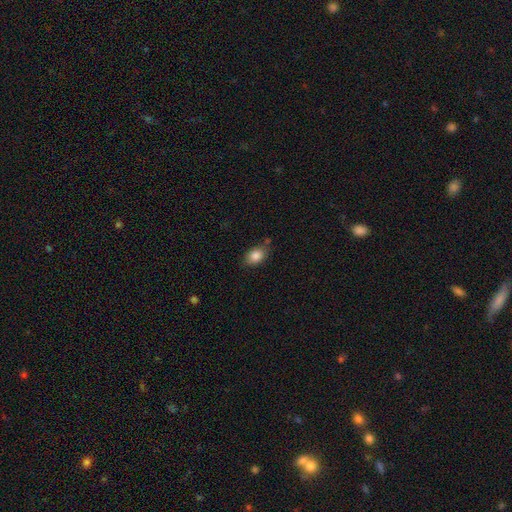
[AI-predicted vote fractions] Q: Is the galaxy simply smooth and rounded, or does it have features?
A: smooth — 85%.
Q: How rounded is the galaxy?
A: in between — 79%.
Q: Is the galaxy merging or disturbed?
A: none — 73%.